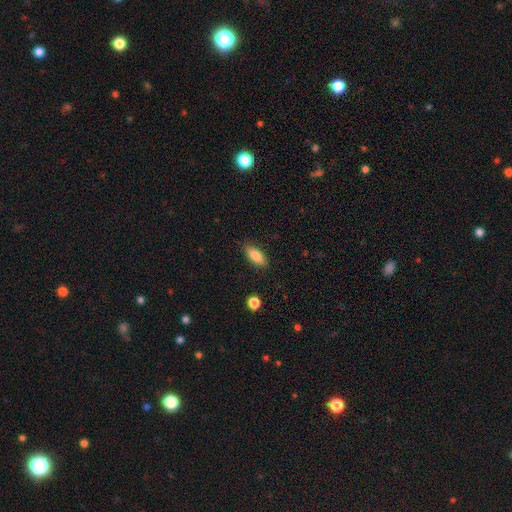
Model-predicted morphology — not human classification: A smooth galaxy with no disk features (82%) that is in between round and cigar-shaped (75%). Merging: none (85%).